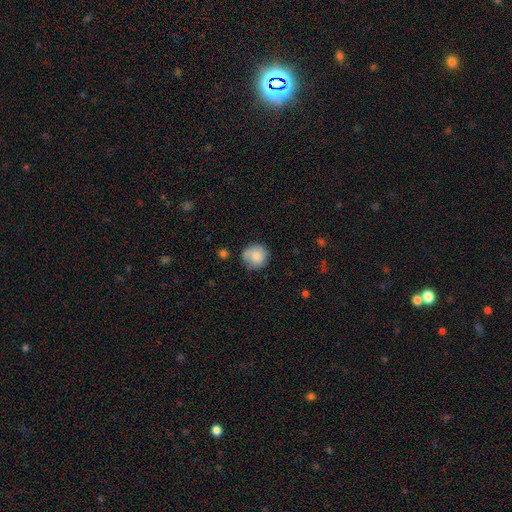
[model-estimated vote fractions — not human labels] Q: Smooth or featured?
A: smooth (84%); runner-up: featured or disk (9%)
Q: How rounded?
A: round (91%); runner-up: in between (8%)
Q: Merging?
A: none (73%); runner-up: minor disturbance (20%)